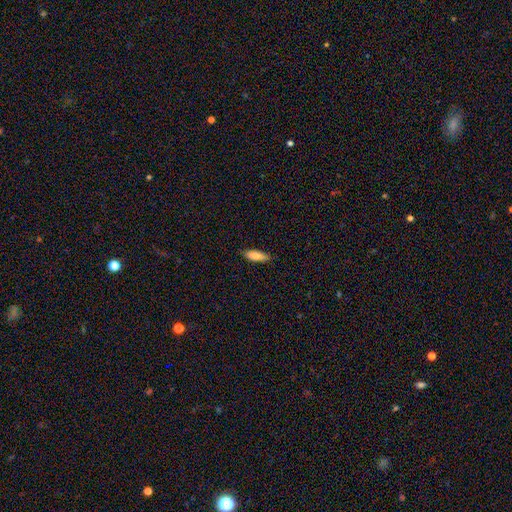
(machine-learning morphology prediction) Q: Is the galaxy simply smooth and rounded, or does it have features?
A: smooth — 86%.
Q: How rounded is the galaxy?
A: in between — 54%.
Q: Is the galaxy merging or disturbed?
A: none — 84%.